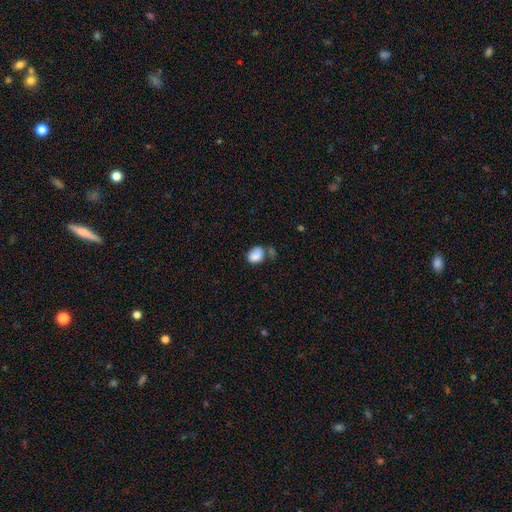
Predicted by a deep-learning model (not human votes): Smooth or featured?
  - smooth: 83% *
  - star or artifact: 9%
  - featured or disk: 8%
How rounded?
  - in between: 64% *
  - round: 35%
  - cigar-shaped: 1%
Merging?
  - none: 41% *
  - minor disturbance: 26%
  - merger: 20%
  - major disturbance: 13%